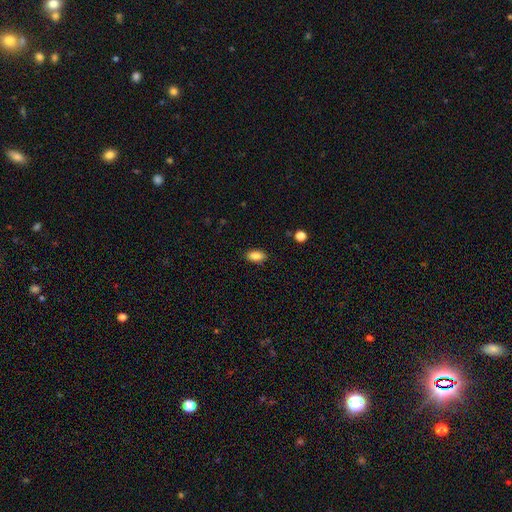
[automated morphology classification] Smooth or featured? Predicted: smooth (p=0.86). How rounded? Predicted: in between (p=0.91). Merging? Predicted: none (p=0.88).